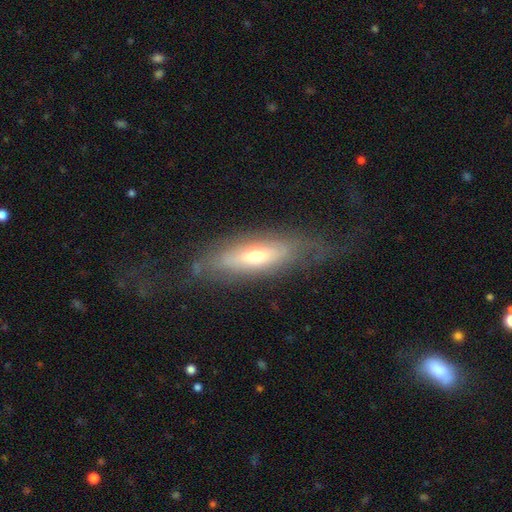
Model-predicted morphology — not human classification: Smooth or featured?
  - featured or disk: 55% *
  - smooth: 37%
  - star or artifact: 8%
Edge-on disk?
  - no: 56% *
  - yes: 44%
Merging?
  - none: 58% *
  - minor disturbance: 22%
  - major disturbance: 18%
  - merger: 2%